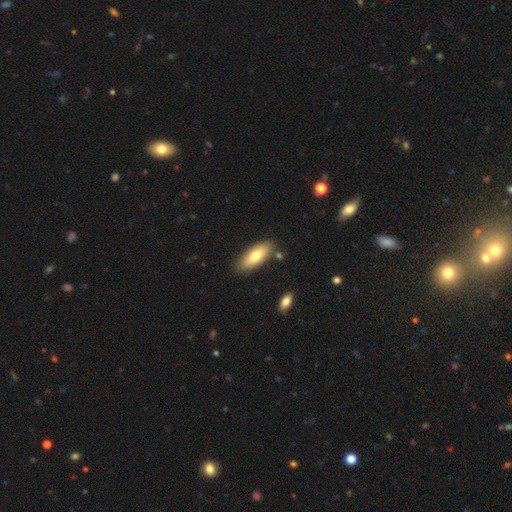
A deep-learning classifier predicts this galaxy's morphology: Overall: smooth (72%). How rounded: in between (77%). Merging: none (83%).